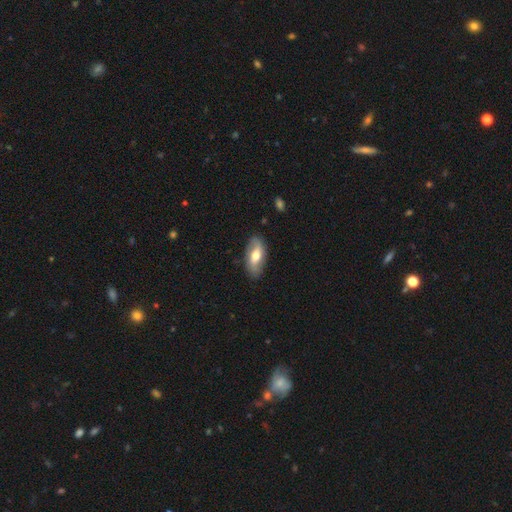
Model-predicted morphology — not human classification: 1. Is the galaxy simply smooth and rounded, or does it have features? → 53% featured or disk, 41% smooth, 6% star or artifact.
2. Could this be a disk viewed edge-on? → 86% no, 14% yes.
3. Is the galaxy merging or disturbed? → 82% none, 13% minor disturbance, 3% major disturbance, 1% merger.